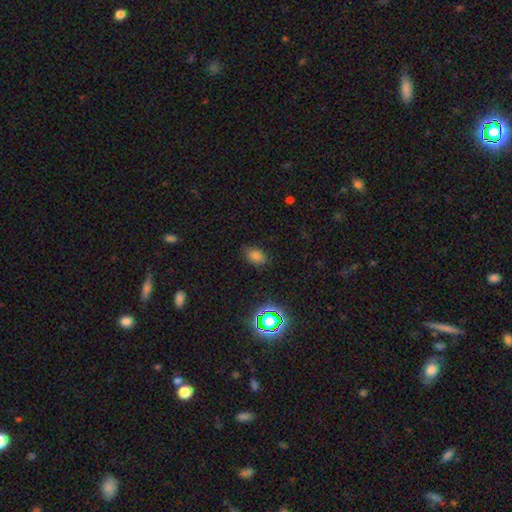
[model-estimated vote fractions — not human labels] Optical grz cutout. It shows a smooth galaxy with no disk features (74%) that is in between round and cigar-shaped (82%). Merging: none (80%).